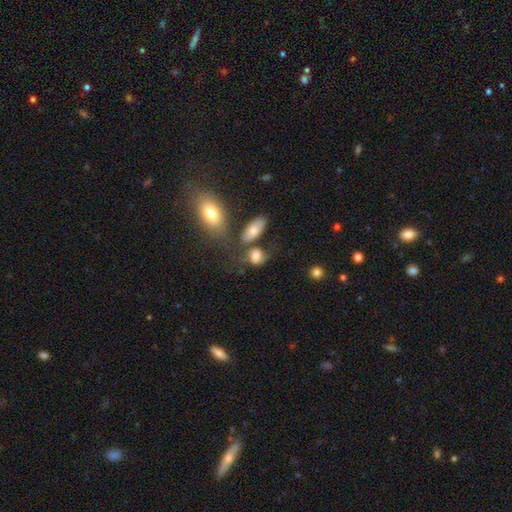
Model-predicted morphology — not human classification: This is likely a smooth galaxy (74%). How rounded: likely in between (68%). Merging: marginally none (42%).